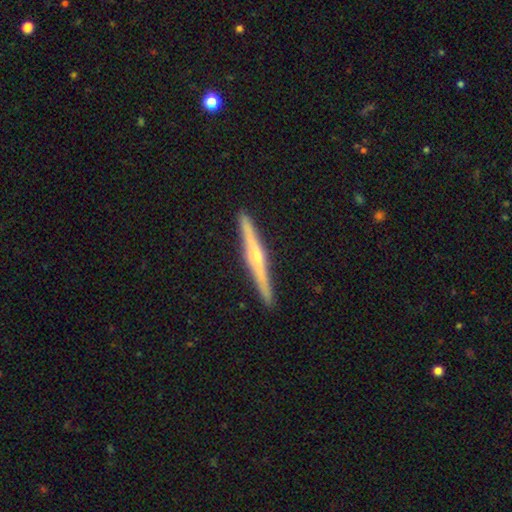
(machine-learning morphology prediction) Smooth or featured: featured or disk — 71% (smooth — 23%)
Edge-on disk: yes — 98% (no — 2%)
Edge-on bulge: rounded — 73% (none — 18%)
Merging: none — 92% (minor disturbance — 6%)